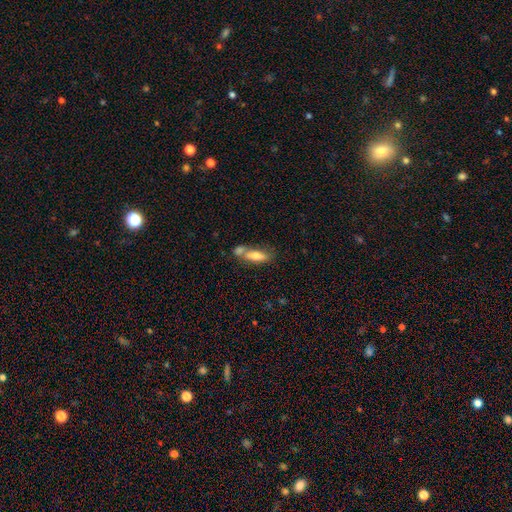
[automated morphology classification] Smooth or featured: smooth — 70% (featured or disk — 23%)
How rounded: in between — 58% (cigar-shaped — 39%)
Merging: merger — 42% (none — 39%)